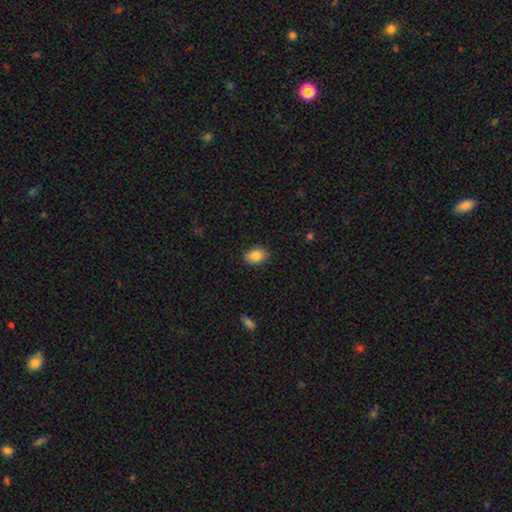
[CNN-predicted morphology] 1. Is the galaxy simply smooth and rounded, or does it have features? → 86% smooth, 8% star or artifact, 6% featured or disk.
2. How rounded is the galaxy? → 83% in between, 15% round, 1% cigar-shaped.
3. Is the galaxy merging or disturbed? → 88% none, 9% minor disturbance, 2% major disturbance, 1% merger.